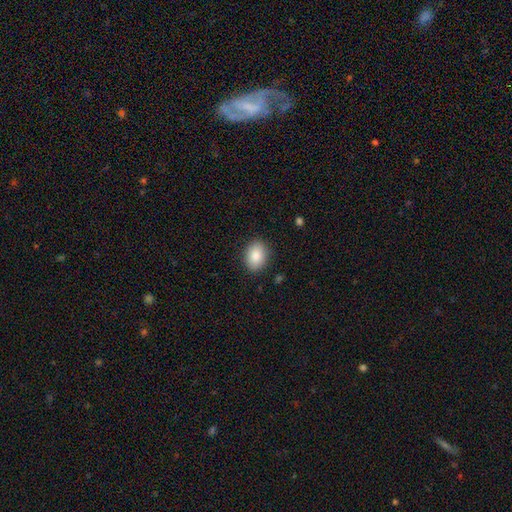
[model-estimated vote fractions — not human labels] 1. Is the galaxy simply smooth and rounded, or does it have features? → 88% smooth, 7% star or artifact, 5% featured or disk.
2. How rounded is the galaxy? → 70% in between, 29% round, 1% cigar-shaped.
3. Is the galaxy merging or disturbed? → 88% none, 9% minor disturbance, 2% major disturbance, 1% merger.